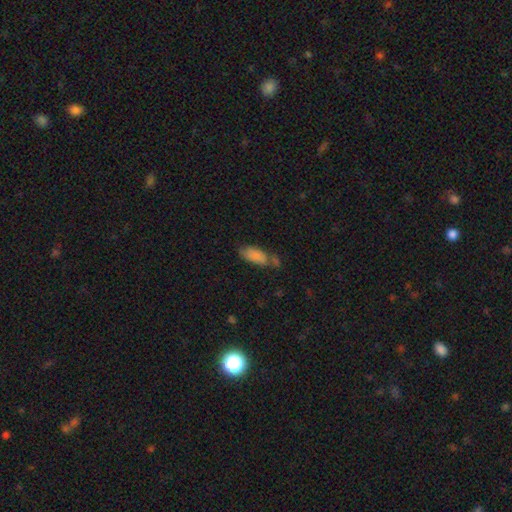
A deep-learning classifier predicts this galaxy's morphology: smooth 84%, featured or disk 8%, star or artifact 8%. Down the decision tree: how rounded — in between (84%); merging — none (49%).